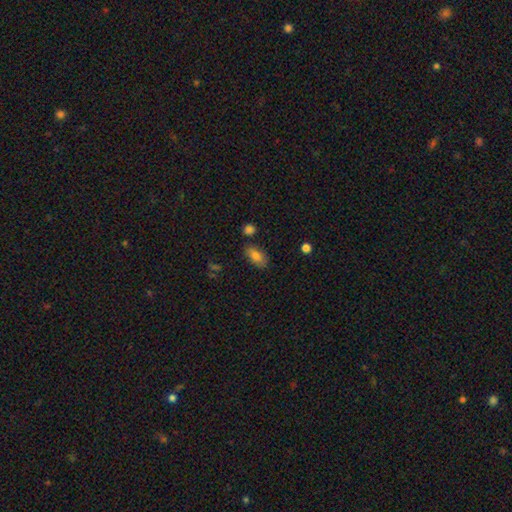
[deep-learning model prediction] A smooth galaxy with no disk features (80%) that is in between round and cigar-shaped (89%). Merging: none (77%).